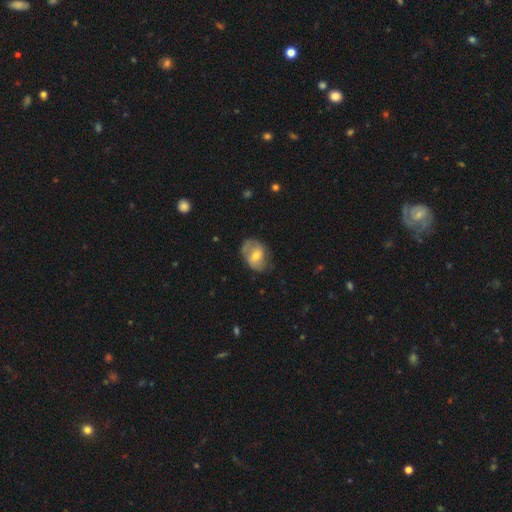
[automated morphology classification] This is possibly a smooth galaxy (49%). Merging: possibly none (54%).